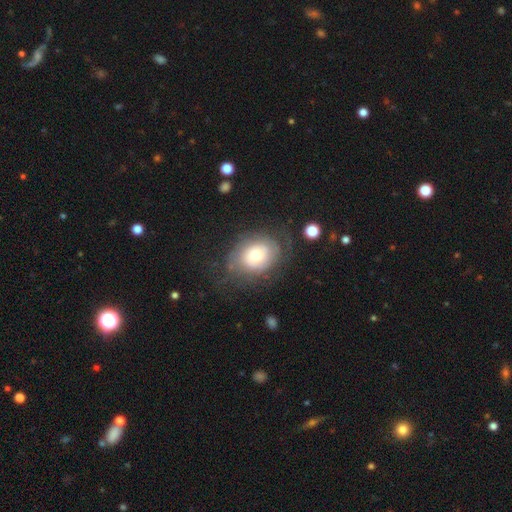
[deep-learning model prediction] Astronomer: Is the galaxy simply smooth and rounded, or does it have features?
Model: featured or disk — 49% (runner-up: smooth, 42%).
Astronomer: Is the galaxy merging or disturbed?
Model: none — 63%.